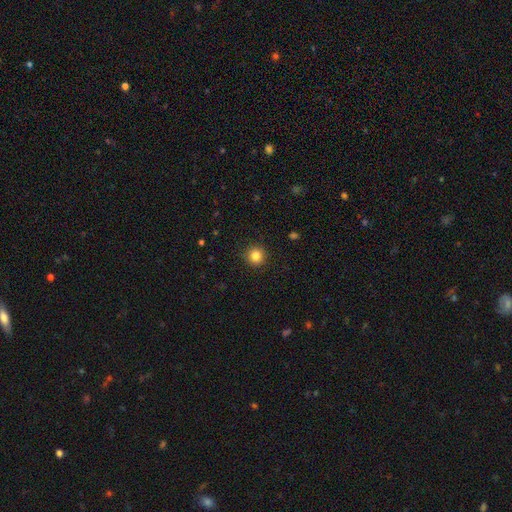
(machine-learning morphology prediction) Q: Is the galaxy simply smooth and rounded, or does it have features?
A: smooth — 84%.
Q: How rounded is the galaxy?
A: round — 94%.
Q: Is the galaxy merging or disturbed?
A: none — 91%.